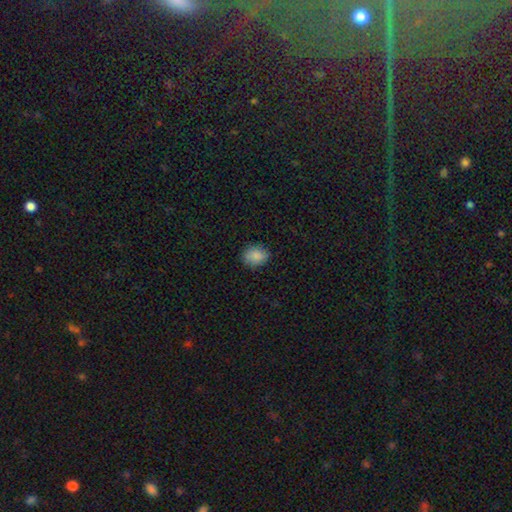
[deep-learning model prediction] Overall: smooth (85%). How rounded: in between (56%; round 43%). Merging: none (80%).